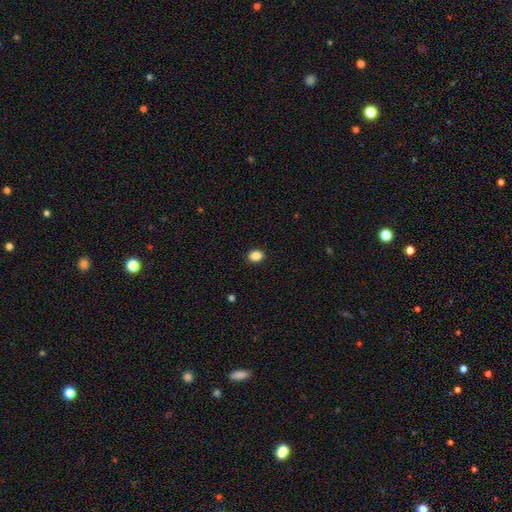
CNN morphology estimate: type=smooth (87%); roundness=in between (57%); merging=none (91%).